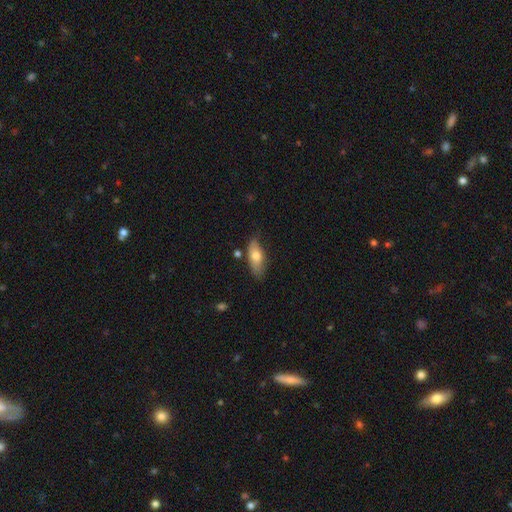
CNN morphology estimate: Smooth or featured? smooth (70%)
How rounded? in between (74%)
Merging? none (70%)